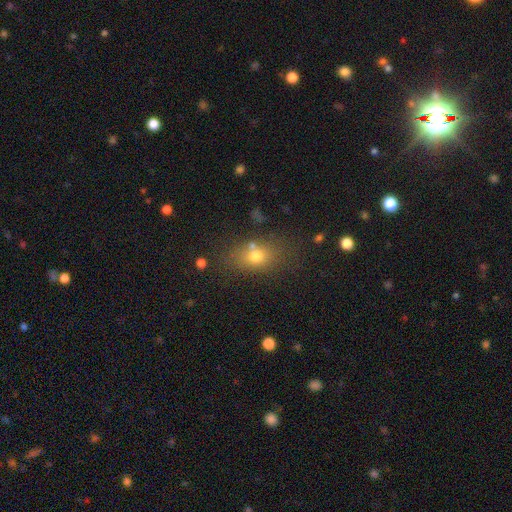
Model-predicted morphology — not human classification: This is likely a smooth galaxy (71%). How rounded: likely in between (67%). Merging: likely none (70%).